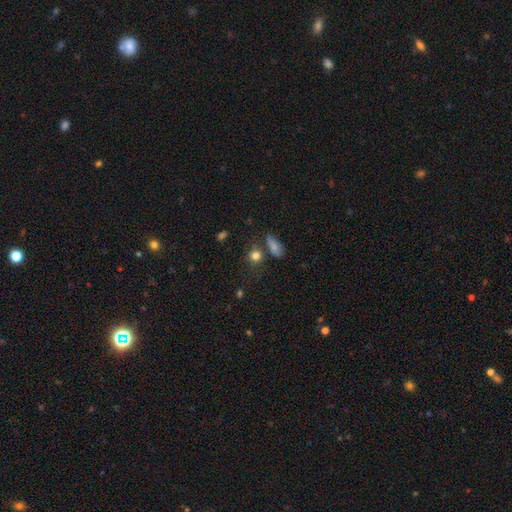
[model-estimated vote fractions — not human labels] Morphology: type=smooth (81%); roundness=round (75%); merging=none (68%).